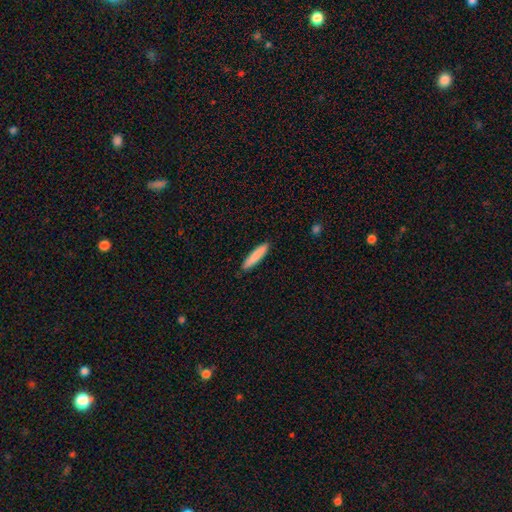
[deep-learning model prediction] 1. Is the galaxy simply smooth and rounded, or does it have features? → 85% smooth, 9% featured or disk, 5% star or artifact.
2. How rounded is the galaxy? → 89% cigar-shaped, 10% in between, 1% round.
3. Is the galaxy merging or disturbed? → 90% none, 7% minor disturbance, 1% major disturbance, 1% merger.